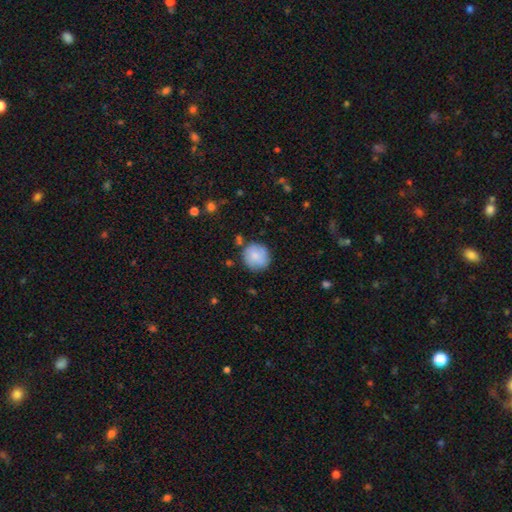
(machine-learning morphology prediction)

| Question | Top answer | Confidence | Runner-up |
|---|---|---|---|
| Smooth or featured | smooth | 79% | featured or disk (14%) |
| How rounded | round | 91% | in between (8%) |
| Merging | none | 76% | minor disturbance (16%) |